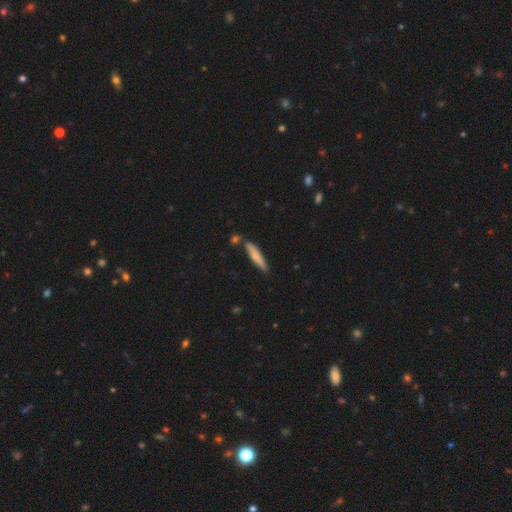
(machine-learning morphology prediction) This appears to be a smooth galaxy with no disk features (74%) that is cigar-shaped (89%). Merging: none (80%).